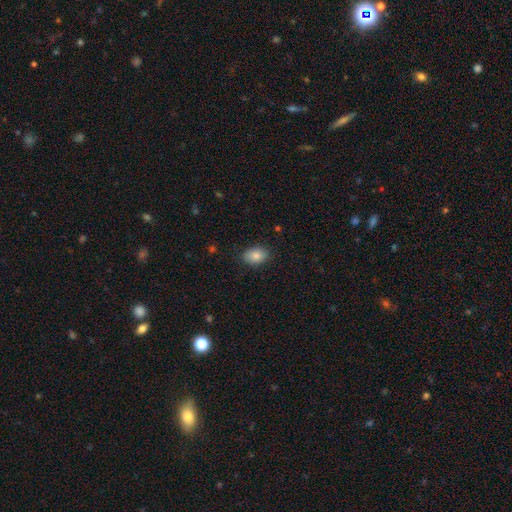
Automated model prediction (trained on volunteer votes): smooth_or_featured: smooth (p=0.85) [alt: star or artifact p=0.08]
how_rounded: in between (p=0.80) [alt: round p=0.19]
merging: none (p=0.85) [alt: minor disturbance p=0.11]